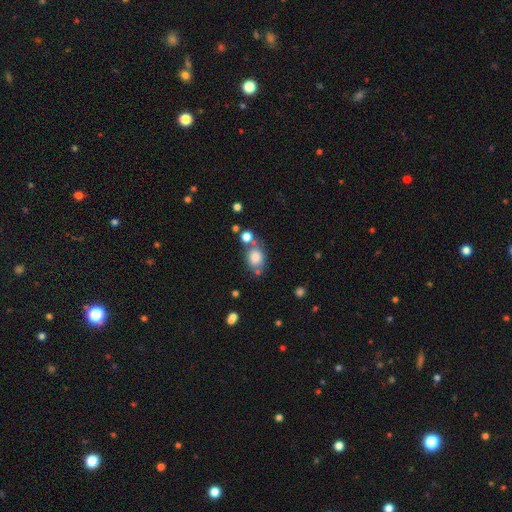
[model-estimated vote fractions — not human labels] smooth-or-featured: smooth: 78% | featured or disk: 12% | star or artifact: 10%
  how-rounded: in between: 55% | round: 43% | cigar-shaped: 1%
  merging: none: 55% | merger: 23% | minor disturbance: 16% | major disturbance: 6%